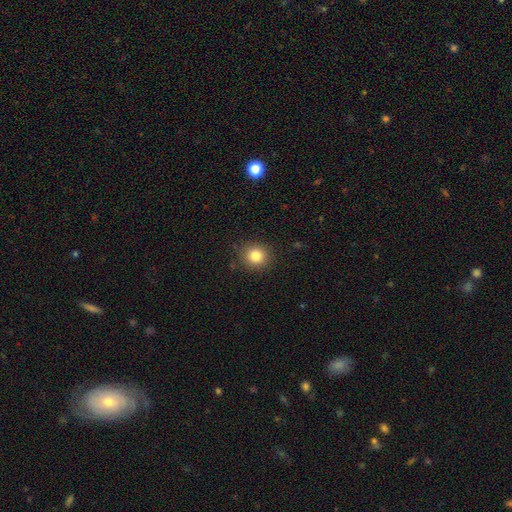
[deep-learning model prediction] Smooth or featured? smooth (83%)
How rounded? round (86%)
Merging? none (87%)